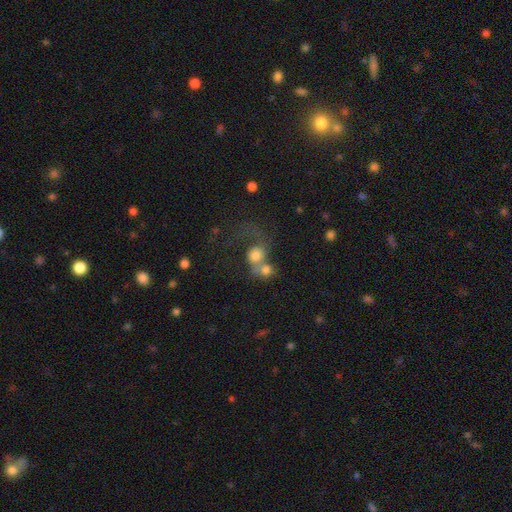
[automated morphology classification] Smooth or featured?
  - smooth: 66% *
  - featured or disk: 22%
  - star or artifact: 12%
How rounded?
  - round: 72% *
  - in between: 27%
  - cigar-shaped: 1%
Merging?
  - merger: 62% *
  - none: 17%
  - major disturbance: 15%
  - minor disturbance: 7%